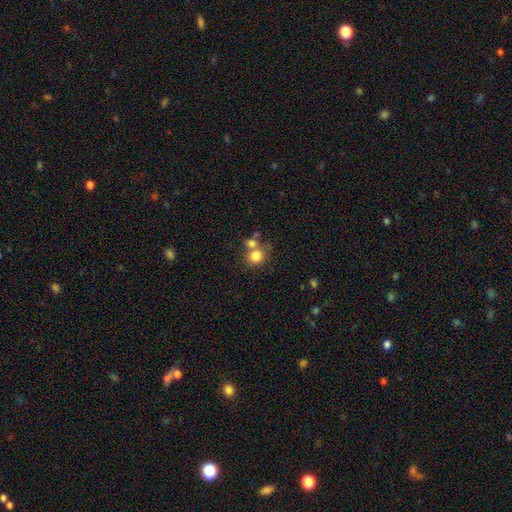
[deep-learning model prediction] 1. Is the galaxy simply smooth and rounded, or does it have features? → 79% smooth, 11% star or artifact, 9% featured or disk.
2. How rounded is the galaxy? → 80% round, 19% in between, 1% cigar-shaped.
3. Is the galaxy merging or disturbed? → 49% none, 37% merger, 9% minor disturbance, 4% major disturbance.